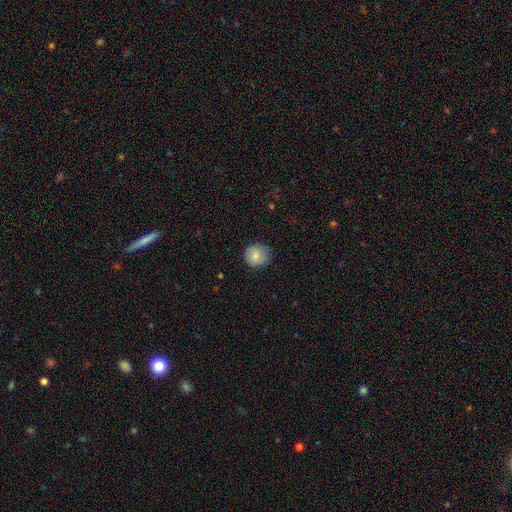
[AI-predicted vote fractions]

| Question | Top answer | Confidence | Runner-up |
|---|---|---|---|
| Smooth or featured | smooth | 82% | featured or disk (11%) |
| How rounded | round | 88% | in between (11%) |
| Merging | none | 76% | minor disturbance (19%) |